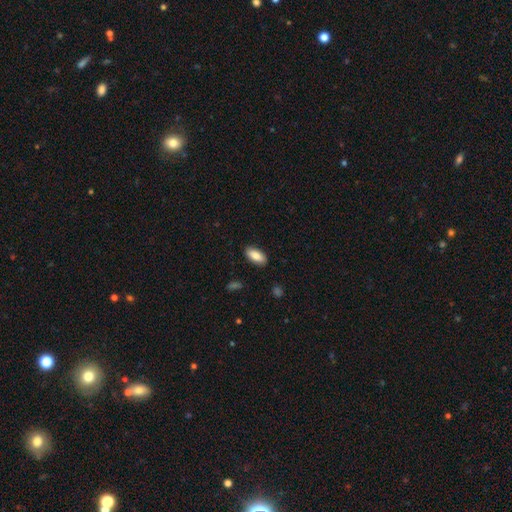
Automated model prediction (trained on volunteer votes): smooth 84%, featured or disk 9%, star or artifact 6%. Down the decision tree: how rounded — in between (87%); merging — none (89%).